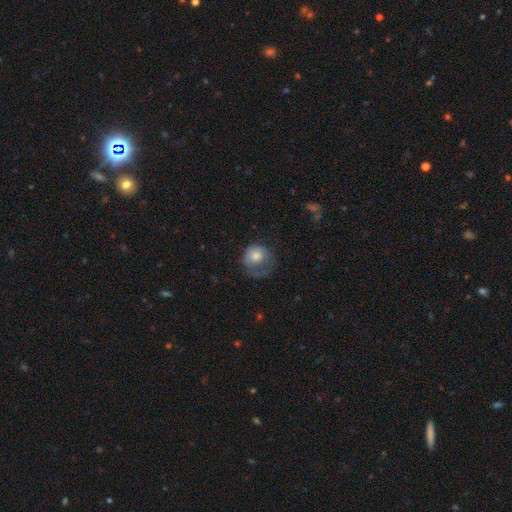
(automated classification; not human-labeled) This appears to be a smooth galaxy with no disk features (66%) that is round (74%). Merging: major disturbance (41%).